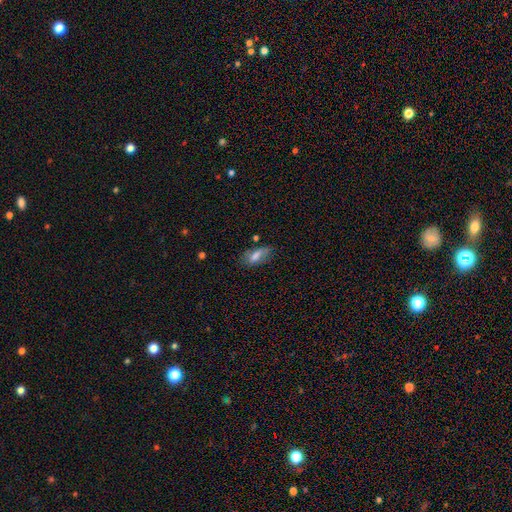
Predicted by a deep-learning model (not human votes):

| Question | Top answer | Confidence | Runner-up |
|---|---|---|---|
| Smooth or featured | smooth | 71% | featured or disk (20%) |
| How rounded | in between | 82% | cigar-shaped (14%) |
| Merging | none | 56% | minor disturbance (29%) |